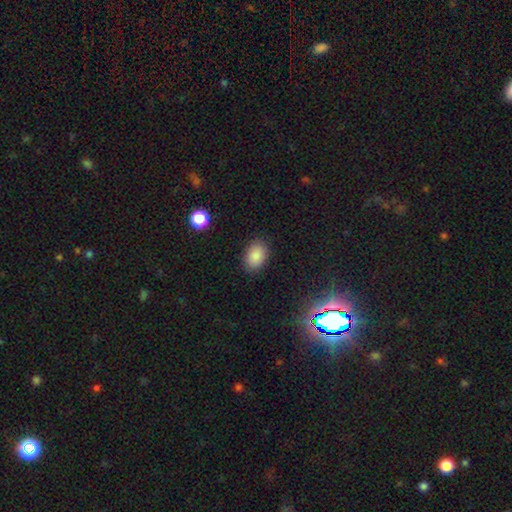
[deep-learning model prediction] A smooth galaxy with no disk features (86%) that is in between round and cigar-shaped (84%). Merging: none (87%).